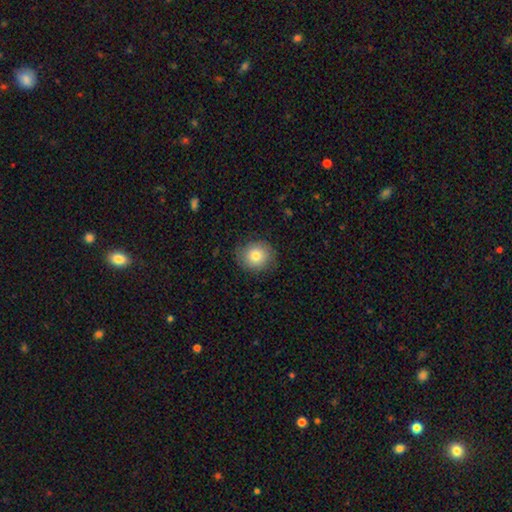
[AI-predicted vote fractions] The model was most divided on "smooth or featured": smooth: 78%, featured or disk: 13%, star or artifact: 9%. More confident: how rounded — round (83%); merging — none (81%).